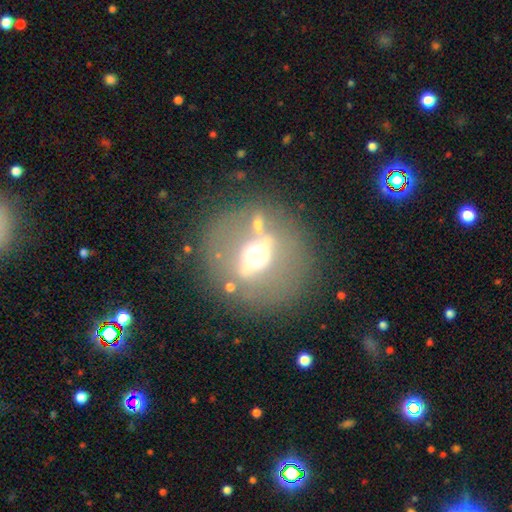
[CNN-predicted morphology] This is likely a featured or disk galaxy (61%). It is likely not viewed edge-on (63%). Merging: likely none (77%).